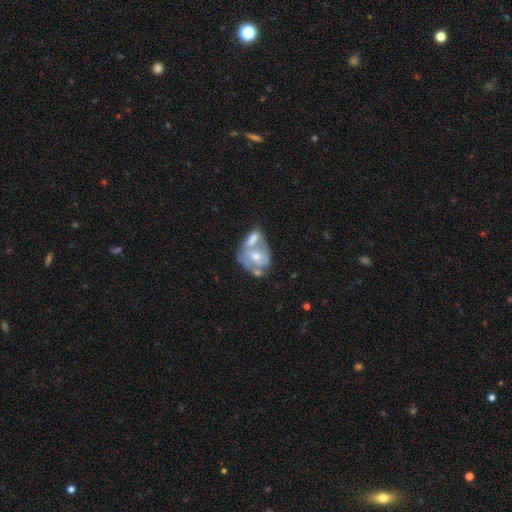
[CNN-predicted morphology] This appears to be a featured or disk galaxy (64%) with no bar (66%), spiral arms (60%) and a moderate central bulge (59%). Merging: merger (61%).